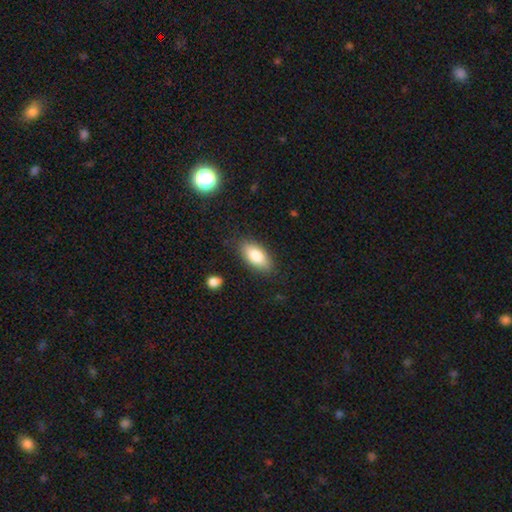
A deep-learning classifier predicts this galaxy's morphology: Smooth or featured? smooth (81%)
How rounded? in between (89%)
Merging? none (85%)